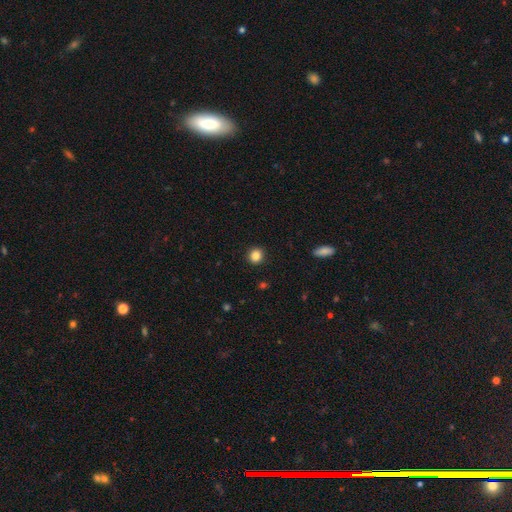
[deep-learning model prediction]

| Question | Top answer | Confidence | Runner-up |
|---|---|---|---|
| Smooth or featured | smooth | 86% | star or artifact (10%) |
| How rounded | round | 85% | in between (14%) |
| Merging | none | 92% | minor disturbance (5%) |